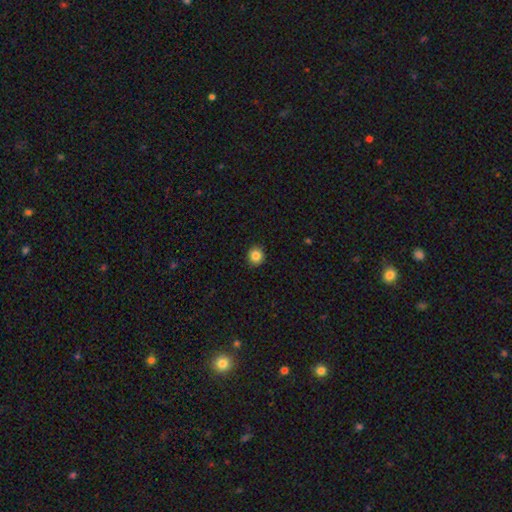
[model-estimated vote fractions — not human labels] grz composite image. It shows a smooth galaxy with no disk features (85%) that is round (88%). Merging: none (92%).